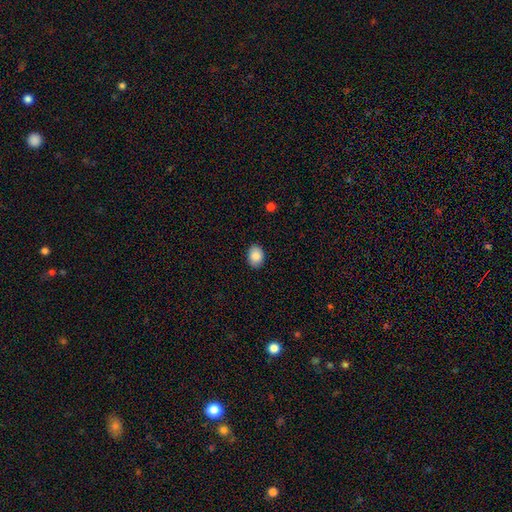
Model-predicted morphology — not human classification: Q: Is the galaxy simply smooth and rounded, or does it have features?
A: smooth — 87%.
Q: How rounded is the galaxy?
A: in between — 75%.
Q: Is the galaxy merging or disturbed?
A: none — 88%.